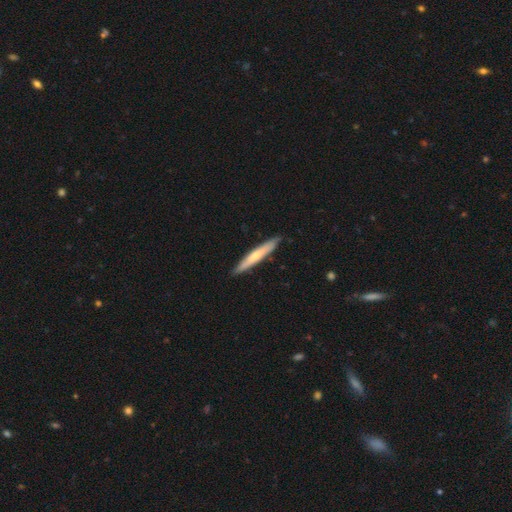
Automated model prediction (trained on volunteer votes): This is possibly a smooth galaxy (53%). How rounded: clearly cigar-shaped (94%). Merging: clearly none (88%).